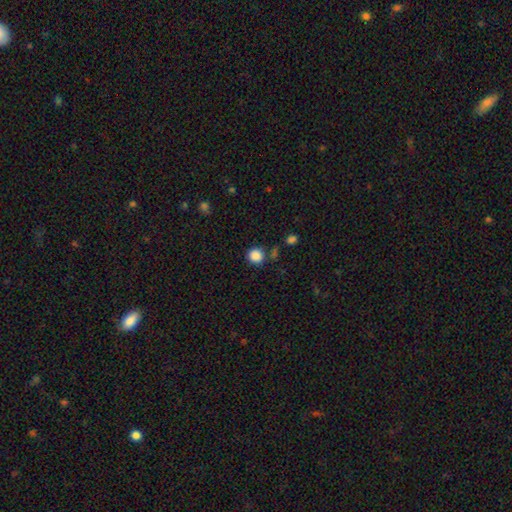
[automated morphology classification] The model was most divided on "merging": none: 78%, minor disturbance: 11%, merger: 6%, major disturbance: 4%. More confident: how rounded — round (88%); smooth or featured — smooth (87%).